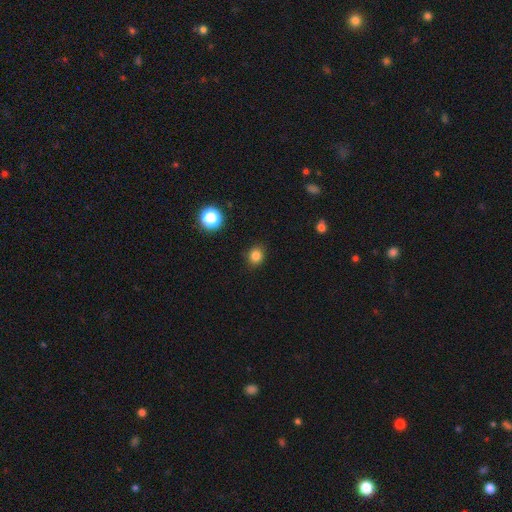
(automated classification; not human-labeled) A smooth galaxy with no disk features (83%) that is round (75%).

Vote fractions:
- Smooth or featured? smooth: 83% / star or artifact: 13% / featured or disk: 4%
- How rounded? round: 75% / in between: 24% / cigar-shaped: 1%
- Merging? none: 88% / minor disturbance: 8% / major disturbance: 2% / merger: 1%